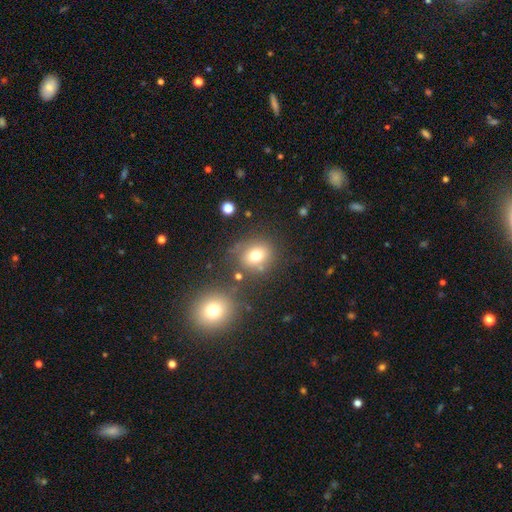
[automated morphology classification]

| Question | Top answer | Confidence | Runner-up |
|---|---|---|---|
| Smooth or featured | smooth | 74% | star or artifact (15%) |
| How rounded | round | 68% | in between (31%) |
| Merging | none | 71% | minor disturbance (13%) |